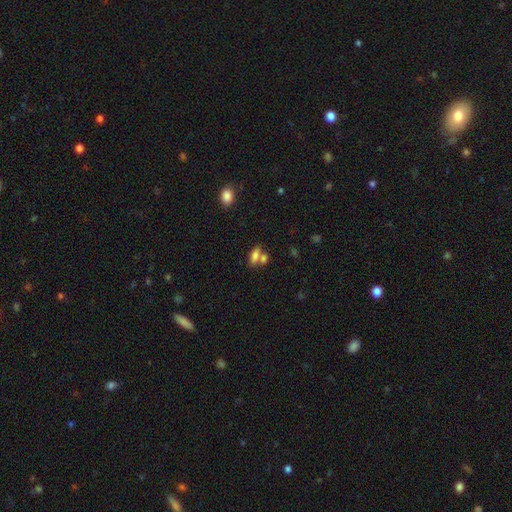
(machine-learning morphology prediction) The model was most divided on "merging": merger: 44%, none: 41%, minor disturbance: 10%, major disturbance: 5%. More confident: how rounded — in between (81%); smooth or featured — smooth (77%).